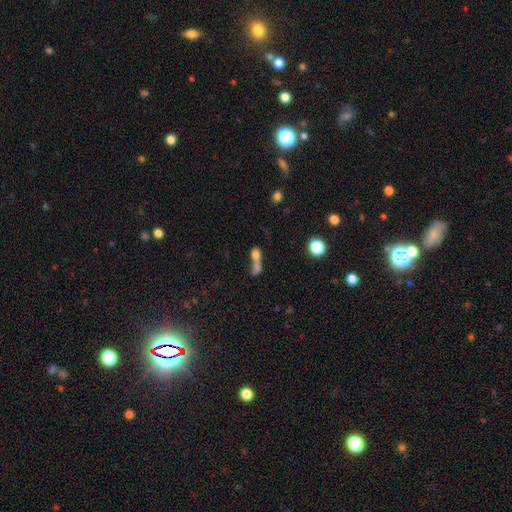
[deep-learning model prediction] The model was most divided on "how rounded": in between: 40%, round: 32%, cigar-shaped: 29%. More confident: smooth or featured — smooth (62%); merging — merger (53%).